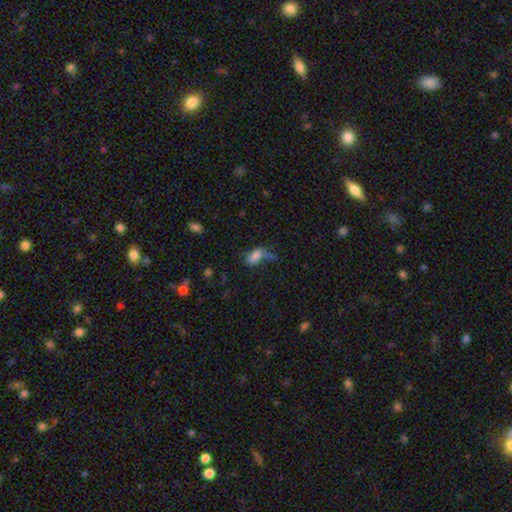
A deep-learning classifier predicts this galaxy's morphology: smooth_or_featured: smooth (p=0.75) [alt: featured or disk p=0.13]
how_rounded: in between (p=0.87) [alt: cigar-shaped p=0.07]
merging: none (p=0.33) [alt: major disturbance p=0.27]